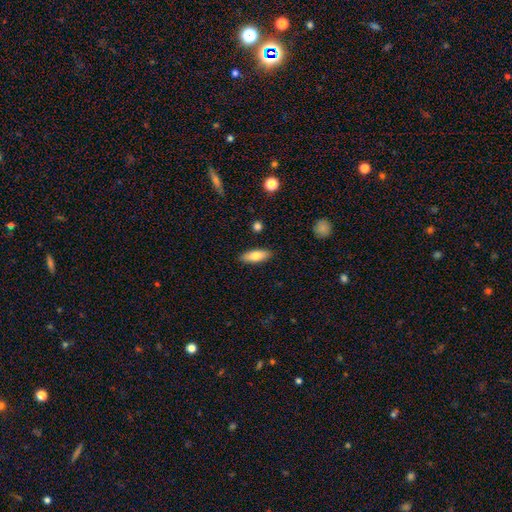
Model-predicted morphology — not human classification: A smooth galaxy with no disk features (77%) that is in between round and cigar-shaped (69%). Merging: none (88%).